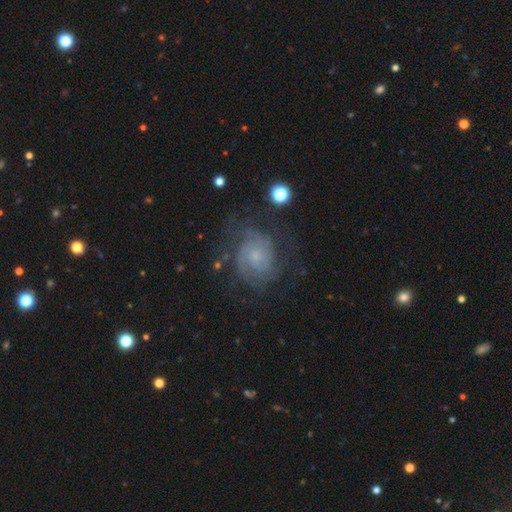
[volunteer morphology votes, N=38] Smooth or featured?
  - featured or disk: 82% *
  - smooth: 11%
  - star or artifact: 8%
Edge-on disk?
  - no: 100% *
  - yes: 0%
Bar?
  - no: 77% *
  - weak: 23%
  - strong: 0%
Spiral arms?
  - yes: 94% *
  - no: 6%
Spiral winding?
  - tight: 76% *
  - medium: 21%
  - loose: 3%
Spiral arm count?
  - 2: 38% * (tied)
  - 3: 38% * (tied)
  - can't tell: 21%
  - 1: 3%
  - 4: 0%
  - more than 4: 0%
Bulge size?
  - small: 81% *
  - moderate: 16%
  - none: 3%
  - dominant: 0%
  - large: 0%
Merging?
  - none: 66% *
  - minor disturbance: 17%
  - major disturbance: 17%
  - merger: 0%